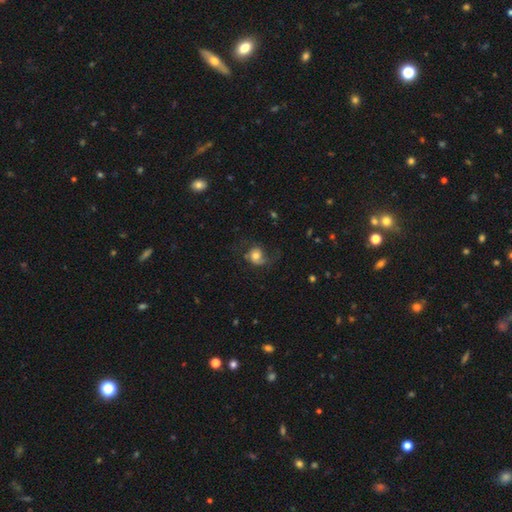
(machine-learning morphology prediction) This is possibly a smooth galaxy (47%). Merging: possibly none (48%).